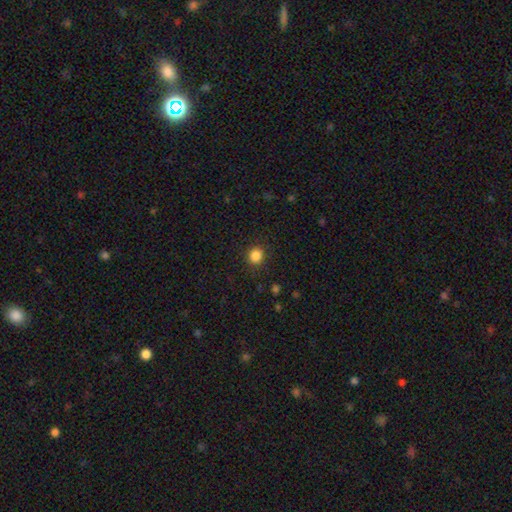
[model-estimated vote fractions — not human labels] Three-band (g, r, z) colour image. It shows a smooth galaxy with no disk features (85%) that is round (86%). Merging: none (90%).